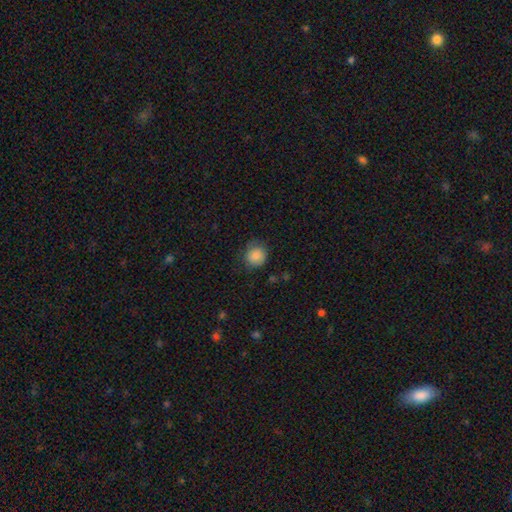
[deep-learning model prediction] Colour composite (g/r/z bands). It shows a smooth galaxy with no disk features (87%) that is round (85%). Merging: none (76%).